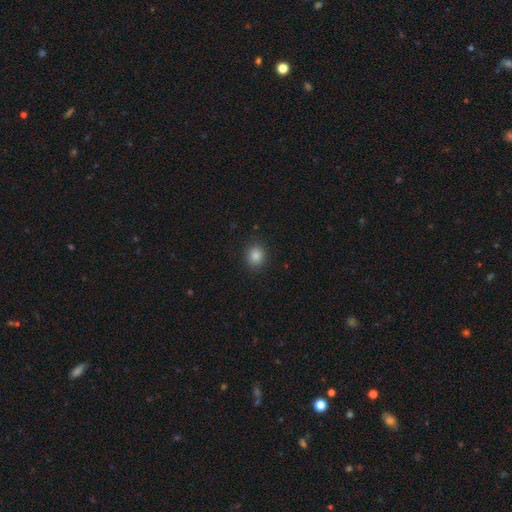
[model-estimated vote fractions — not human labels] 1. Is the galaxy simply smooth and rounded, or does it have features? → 85% smooth, 10% star or artifact, 4% featured or disk.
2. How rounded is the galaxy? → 78% round, 21% in between, 1% cigar-shaped.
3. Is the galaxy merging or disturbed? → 90% none, 7% minor disturbance, 2% major disturbance, 1% merger.